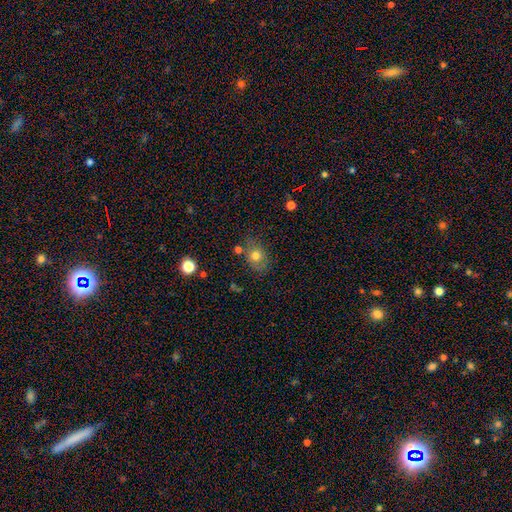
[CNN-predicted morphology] smooth 72%, featured or disk 17%, star or artifact 12%. Down the decision tree: how rounded — round (52%); merging — none (64%).